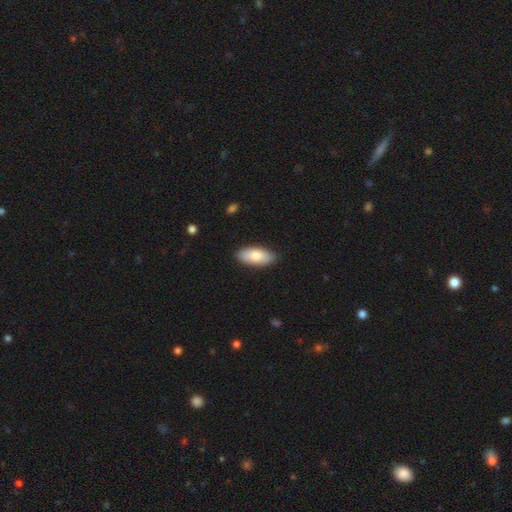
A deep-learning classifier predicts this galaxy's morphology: This is clearly a smooth galaxy (81%). How rounded: clearly in between (89%). Merging: clearly none (86%).